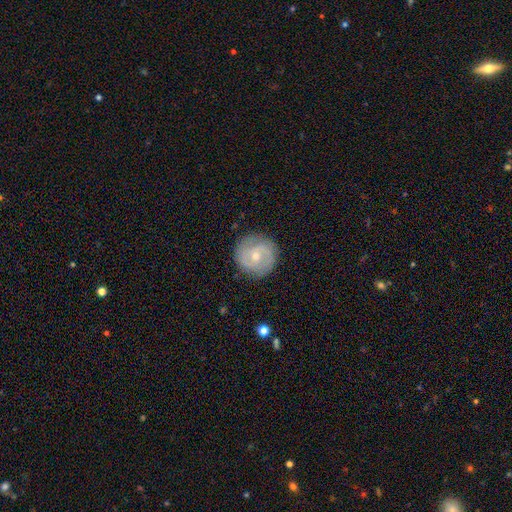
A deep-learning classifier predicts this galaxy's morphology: This is likely a featured or disk galaxy (66%). It is clearly not viewed edge-on (97%). Bar: possibly no (56%). Spiral arm pattern: clearly yes (84%). Spiral arm count: likely 2 (71%). Spiral winding: possibly tight (49%). Central bulge: possibly small (55%). Merging: clearly none (85%).